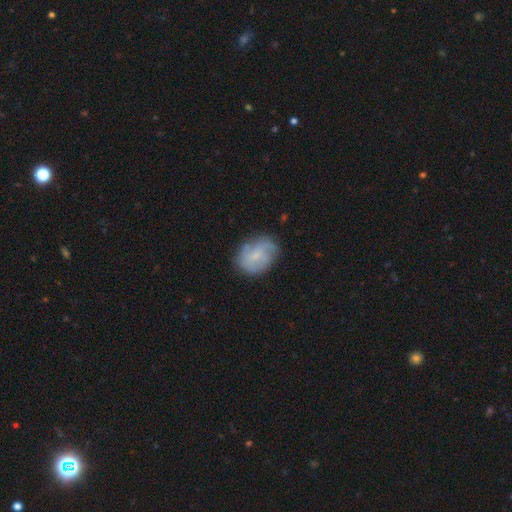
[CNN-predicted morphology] smooth_or_featured: featured or disk (p=0.49) [alt: smooth p=0.44]
merging: none (p=0.65) [alt: minor disturbance p=0.24]